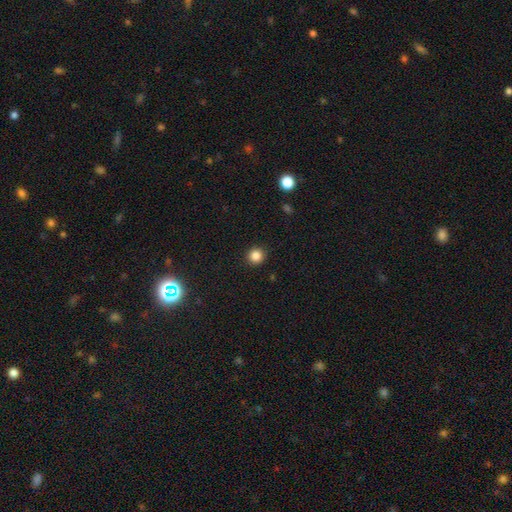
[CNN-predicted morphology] Smooth or featured? smooth (84%)
How rounded? round (93%)
Merging? none (92%)